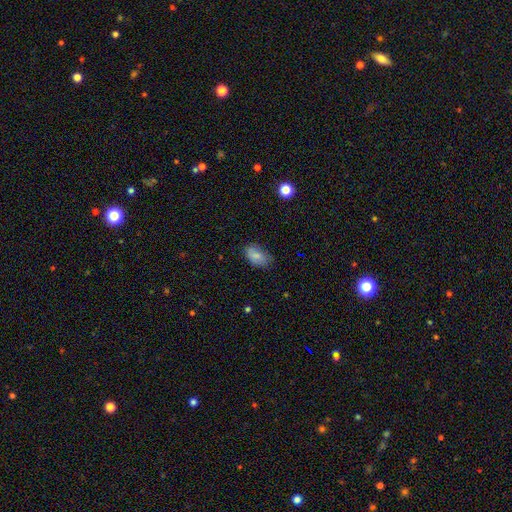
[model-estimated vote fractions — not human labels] smooth-or-featured: smooth: 83% | star or artifact: 9% | featured or disk: 8%
  how-rounded: in between: 92% | round: 6% | cigar-shaped: 2%
  merging: none: 65% | minor disturbance: 28% | major disturbance: 6% | merger: 1%